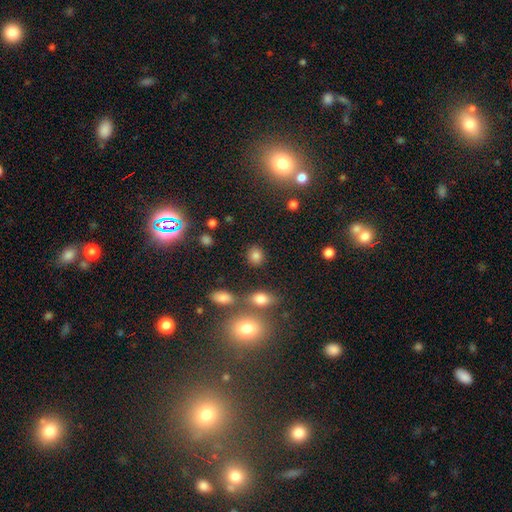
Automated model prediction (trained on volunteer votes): A smooth galaxy with no disk features (82%) that is round (67%).

Vote fractions:
- Smooth or featured? smooth: 82% / star or artifact: 12% / featured or disk: 6%
- How rounded? round: 67% / in between: 31% / cigar-shaped: 2%
- Merging? none: 83% / minor disturbance: 9% / merger: 5% / major disturbance: 3%